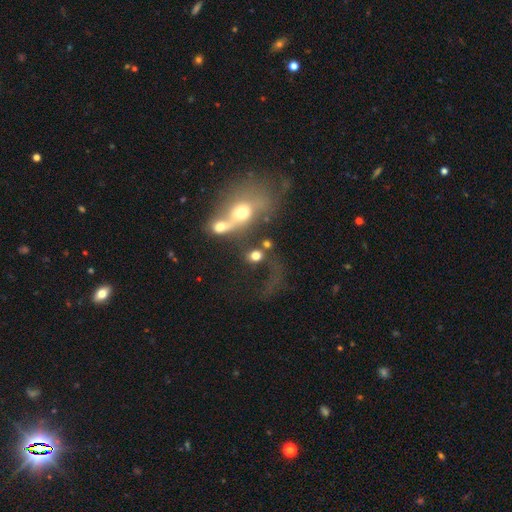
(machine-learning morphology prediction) smooth_or_featured: smooth (p=0.65) [alt: featured or disk p=0.21]
how_rounded: round (p=0.67) [alt: in between p=0.30]
merging: merger (p=0.51) [alt: none p=0.23]